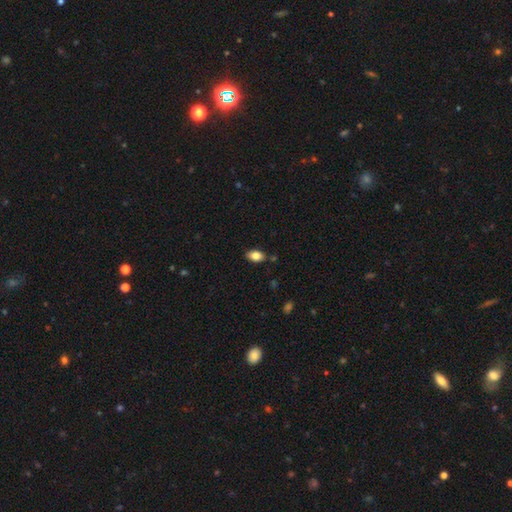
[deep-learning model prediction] Smooth or featured? Predicted: smooth (p=0.83). How rounded? Predicted: in between (p=0.90). Merging? Predicted: none (p=0.83).